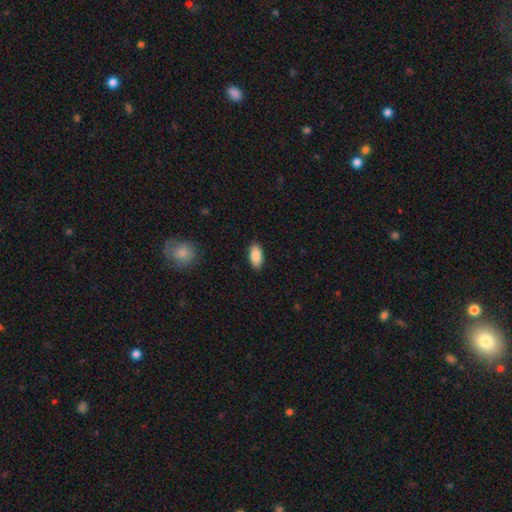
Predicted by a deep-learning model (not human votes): Morphology: type=smooth (88%); roundness=in between (92%); merging=none (88%).